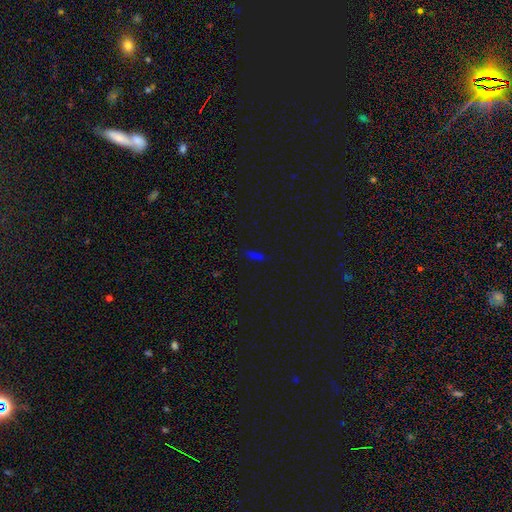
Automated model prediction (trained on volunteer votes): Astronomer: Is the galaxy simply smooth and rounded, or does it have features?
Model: smooth — 59%.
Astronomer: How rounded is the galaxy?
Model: cigar-shaped — 58% (runner-up: in between, 35%).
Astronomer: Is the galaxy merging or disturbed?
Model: none — 82%.